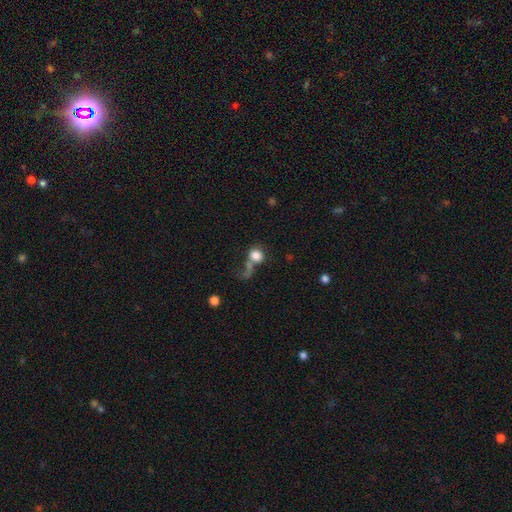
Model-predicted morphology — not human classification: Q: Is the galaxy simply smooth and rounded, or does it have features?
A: smooth — 76%.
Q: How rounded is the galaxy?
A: round — 70%.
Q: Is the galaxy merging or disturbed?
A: merger — 31%, tied with major disturbance.